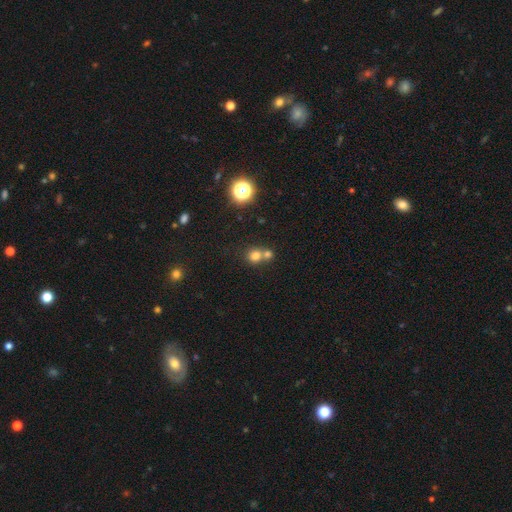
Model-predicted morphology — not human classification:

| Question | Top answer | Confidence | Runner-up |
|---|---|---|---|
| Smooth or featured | smooth | 74% | star or artifact (16%) |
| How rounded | round | 85% | in between (14%) |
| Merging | merger | 48% | none (44%) |